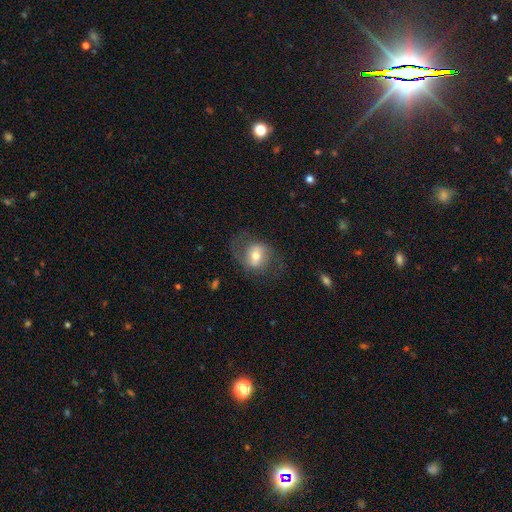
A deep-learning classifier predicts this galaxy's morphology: Smooth or featured? featured or disk (49%)
Merging? none (66%)